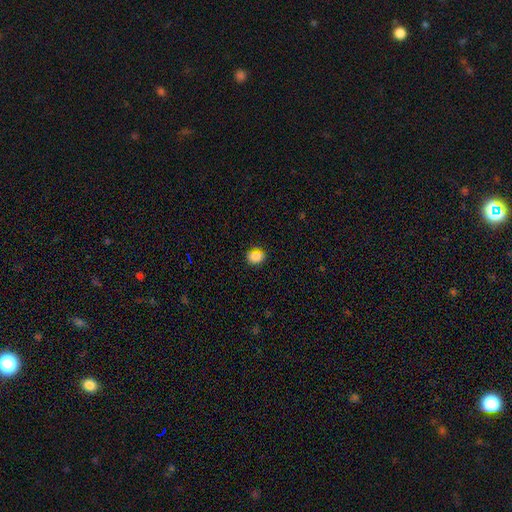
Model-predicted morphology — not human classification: Smooth or featured: smooth — 82% (star or artifact — 12%)
How rounded: round — 53% (in between — 46%)
Merging: none — 81% (minor disturbance — 14%)